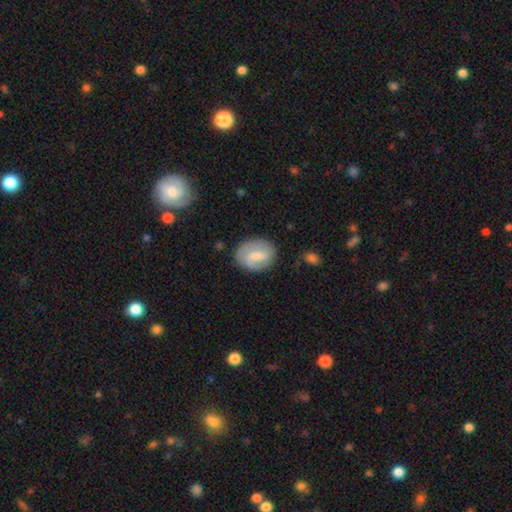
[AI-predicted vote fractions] Smooth or featured? Predicted: smooth (p=0.57). How rounded? Predicted: in between (p=0.59). Merging? Predicted: none (p=0.75).